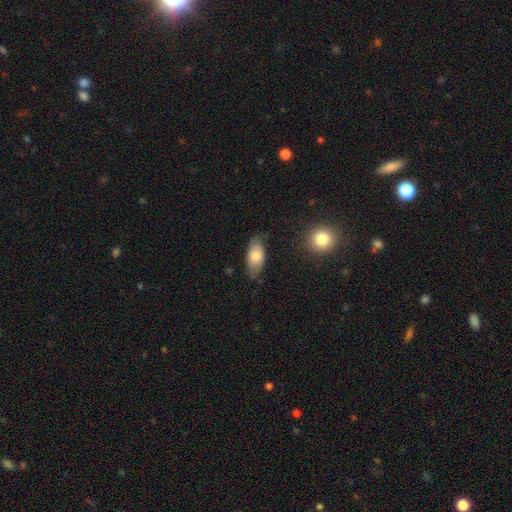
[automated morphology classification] Overall: smooth (76%). How rounded: in between (89%). Merging: none (72%).